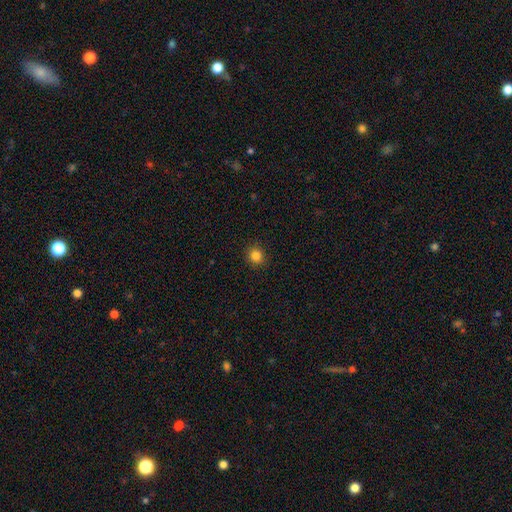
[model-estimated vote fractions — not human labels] Smooth or featured: smooth — 84% (star or artifact — 12%)
How rounded: round — 89% (in between — 10%)
Merging: none — 91% (minor disturbance — 6%)